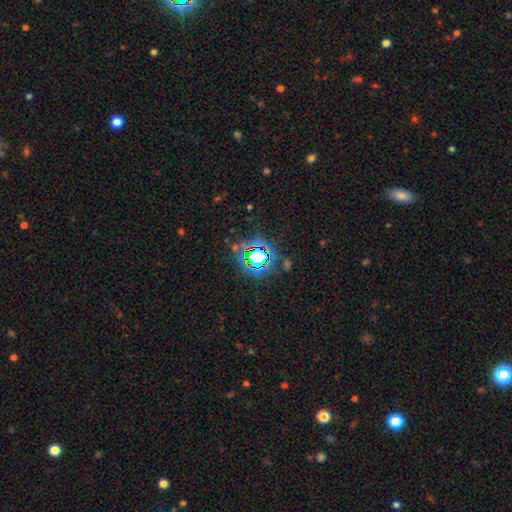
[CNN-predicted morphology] This is likely a star or artifact rather than a galaxy (70%).